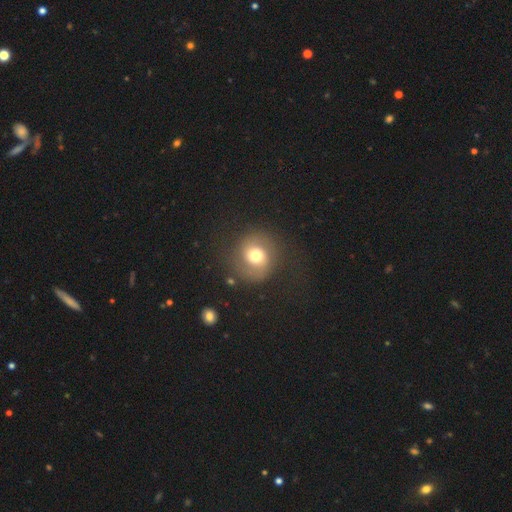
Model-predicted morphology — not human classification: The model was most divided on "smooth or featured": featured or disk: 52%, smooth: 37%, star or artifact: 11%. More confident: edge-on disk — no (97%); spiral arms — yes (82%); merging — none (76%); bar — no (67%); bulge size — moderate (63%).